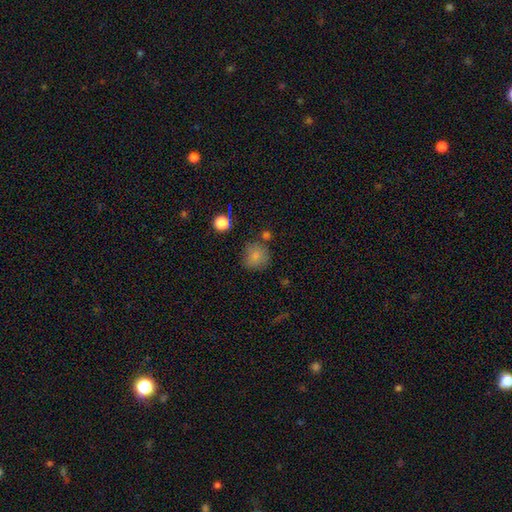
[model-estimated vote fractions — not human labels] Morphology: type=smooth (80%); roundness=round (86%); merging=none (72%).